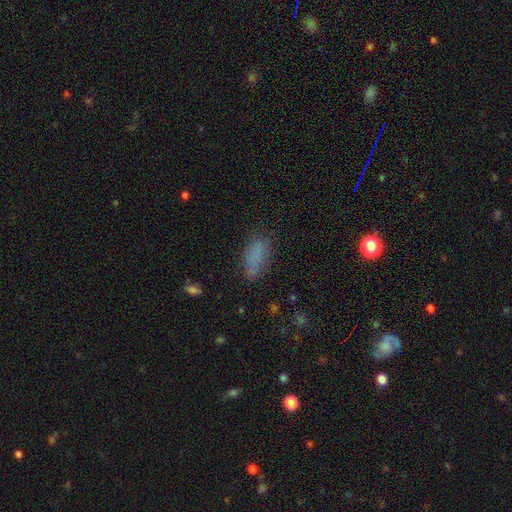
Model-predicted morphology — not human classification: smooth 79%, star or artifact 12%, featured or disk 9%. Down the decision tree: how rounded — in between (81%); merging — none (69%).